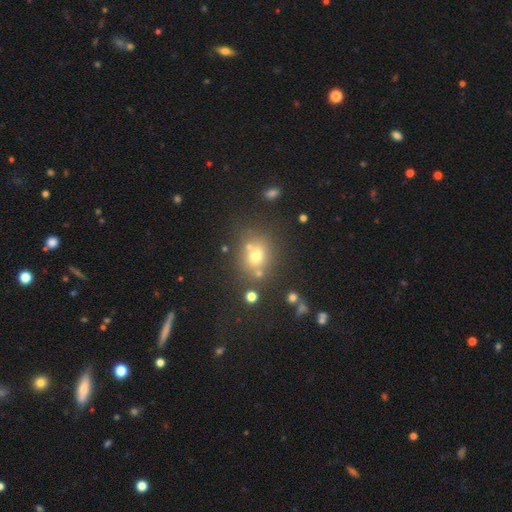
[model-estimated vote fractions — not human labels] A smooth galaxy with no disk features (67%) that is round (73%).

Vote fractions:
- Smooth or featured? smooth: 67% / star or artifact: 19% / featured or disk: 14%
- How rounded? round: 73% / in between: 26% / cigar-shaped: 1%
- Merging? none: 69% / merger: 14% / minor disturbance: 12% / major disturbance: 5%